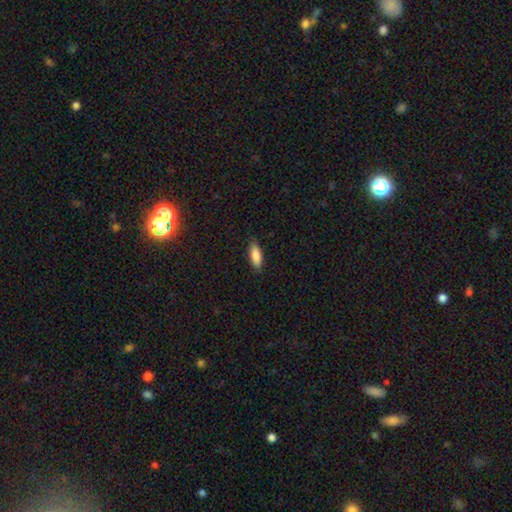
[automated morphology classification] A smooth galaxy with no disk features (86%) that is in between round and cigar-shaped (67%). Merging: none (85%).